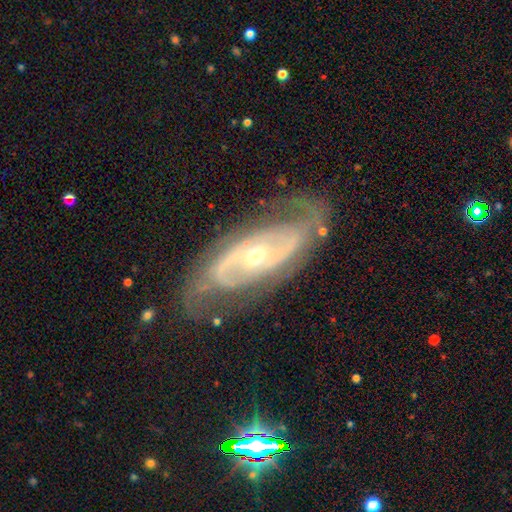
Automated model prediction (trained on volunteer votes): Overall: featured or disk (87%). Edge-on disk: no (93%). Bar: no (57%; weak 28%). Spiral arms: yes (93%). Spiral arm count: 2 (74%). Spiral winding: tight (45%; medium 41%). Bulge size: small (58%; moderate 39%). Merging: none (73%).